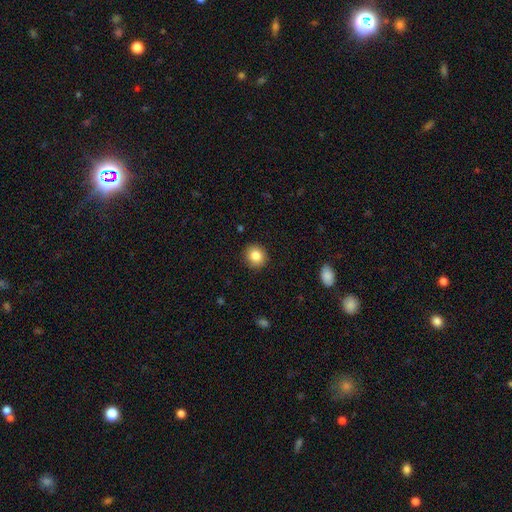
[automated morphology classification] This is clearly a smooth galaxy (85%). How rounded: clearly round (86%). Merging: clearly none (91%).